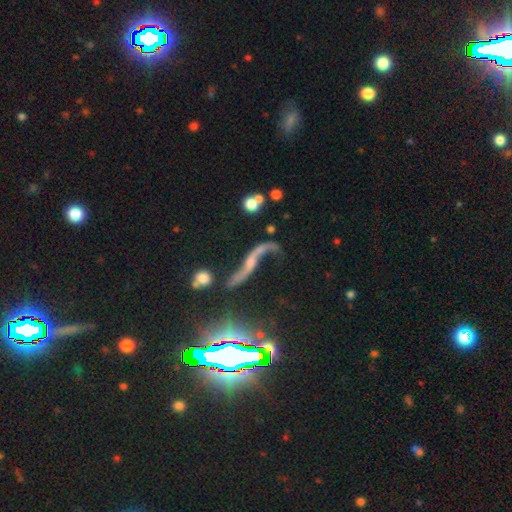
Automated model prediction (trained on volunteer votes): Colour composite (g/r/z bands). It shows a featured or disk galaxy (75%) with no bar (53%), 2 (87%) loose (92%) spiral arms (91%) and a small central bulge (47%). Merging: none (52%).